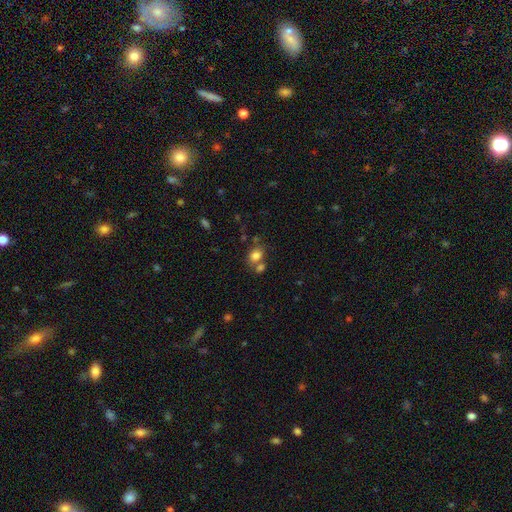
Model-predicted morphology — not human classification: smooth_or_featured: smooth (p=0.80) [alt: star or artifact p=0.11]
how_rounded: in between (p=0.58) [alt: round p=0.41]
merging: none (p=0.52) [alt: merger p=0.31]